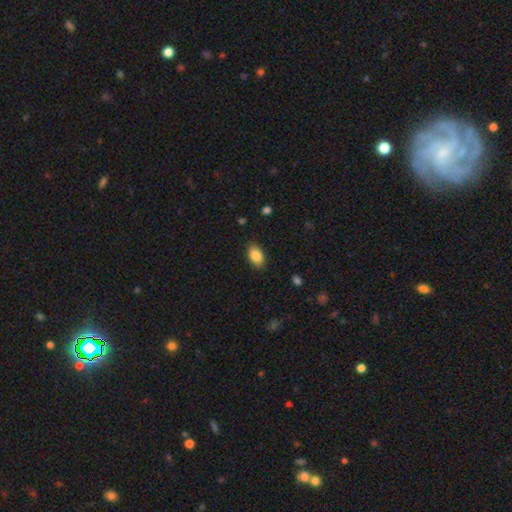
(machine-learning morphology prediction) Q: Smooth or featured?
A: smooth (86%); runner-up: star or artifact (7%)
Q: How rounded?
A: in between (90%); runner-up: round (8%)
Q: Merging?
A: none (86%); runner-up: minor disturbance (10%)